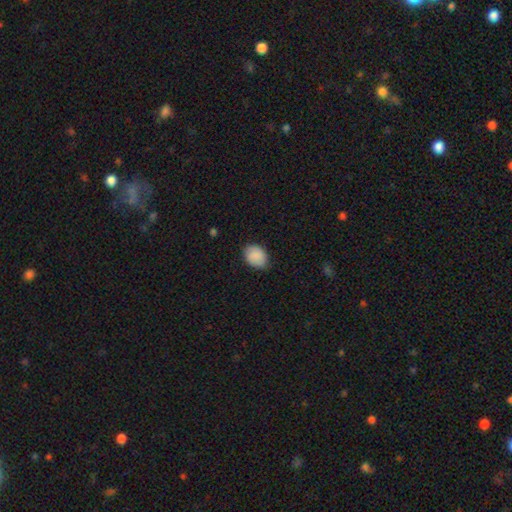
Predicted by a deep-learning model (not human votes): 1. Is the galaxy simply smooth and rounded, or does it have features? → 89% smooth, 7% star or artifact, 5% featured or disk.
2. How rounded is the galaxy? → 64% in between, 35% round, 1% cigar-shaped.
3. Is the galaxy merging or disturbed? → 75% none, 20% minor disturbance, 3% major disturbance, 1% merger.